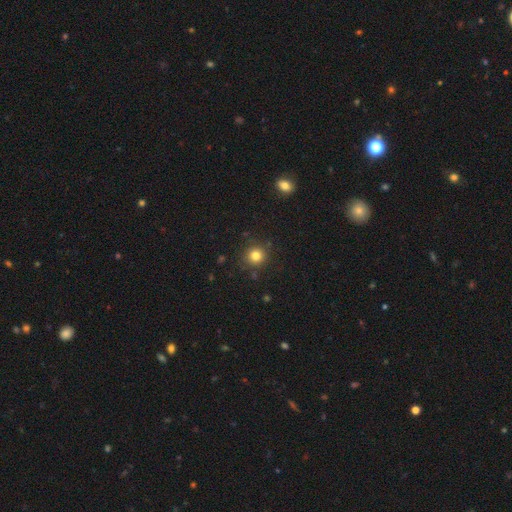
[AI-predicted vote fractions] This is clearly a smooth galaxy (80%). How rounded: clearly round (93%). Merging: clearly none (88%).